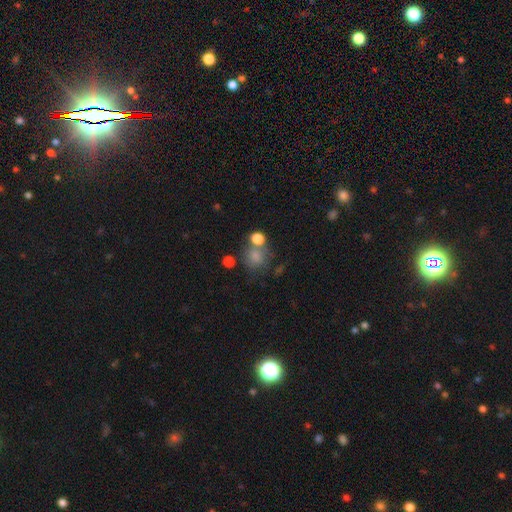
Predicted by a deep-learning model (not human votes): smooth_or_featured: smooth (p=0.76) [alt: star or artifact p=0.13]
how_rounded: round (p=0.77) [alt: in between p=0.22]
merging: none (p=0.51) [alt: merger p=0.25]